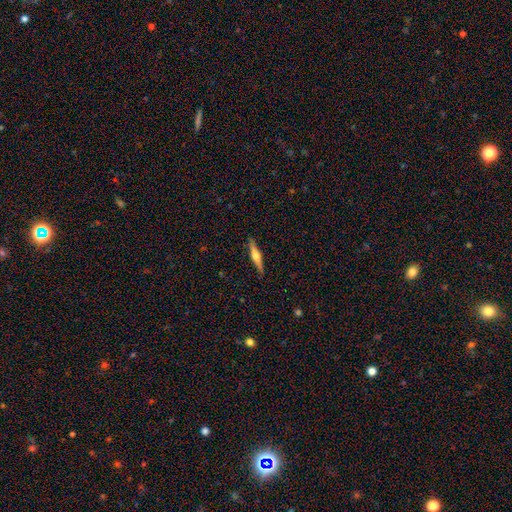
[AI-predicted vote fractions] A featured or disk galaxy (65%) viewed edge-on (98%) with a rounded central bulge (91%).

Vote fractions:
- Smooth or featured? featured or disk: 65% / smooth: 29% / star or artifact: 6%
- Edge-on disk? yes: 98% / no: 2%
- Edge-on bulge? rounded: 91% / boxy: 6% / none: 3%
- Merging? none: 90% / minor disturbance: 7% / major disturbance: 2% / merger: 1%